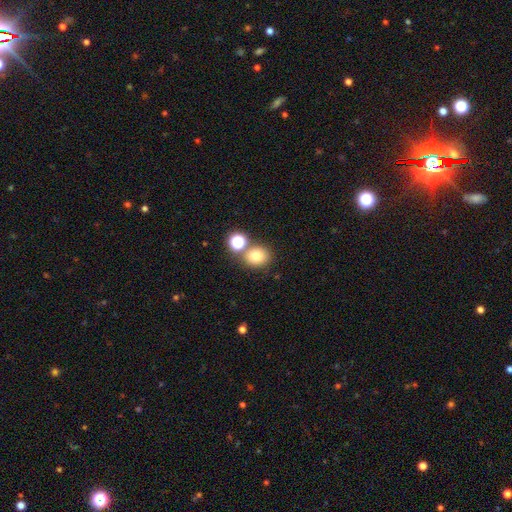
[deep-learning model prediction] Q: Smooth or featured?
A: smooth (76%); runner-up: star or artifact (15%)
Q: How rounded?
A: round (68%); runner-up: in between (31%)
Q: Merging?
A: none (67%); runner-up: merger (20%)